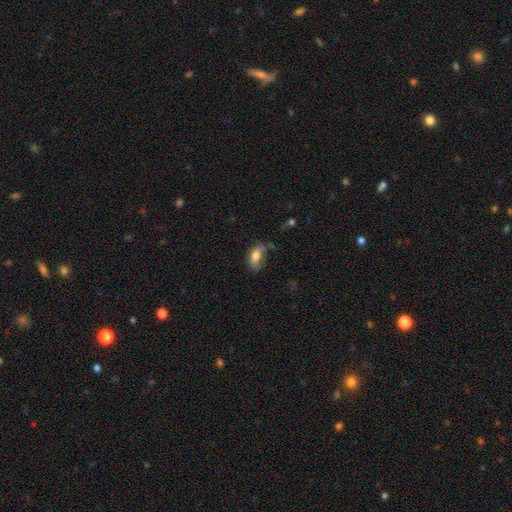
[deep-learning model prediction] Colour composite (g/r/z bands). It shows a smooth galaxy with no disk features (76%) that is in between round and cigar-shaped (89%). Merging: none (48%).